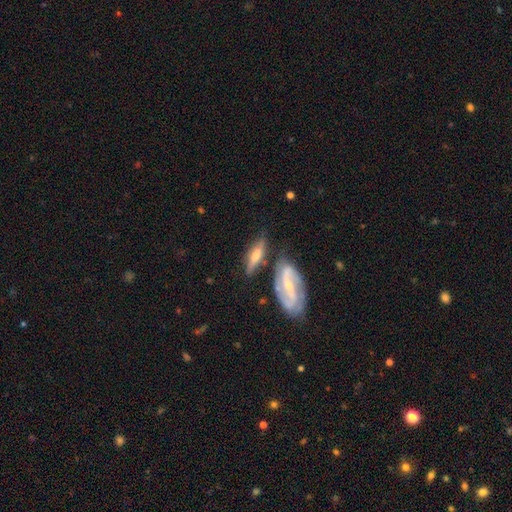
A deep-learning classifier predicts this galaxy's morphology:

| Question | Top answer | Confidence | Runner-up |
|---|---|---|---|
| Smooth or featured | featured or disk | 57% | smooth (36%) |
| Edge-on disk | yes | 66% | no (34%) |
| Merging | none | 56% | merger (19%) |